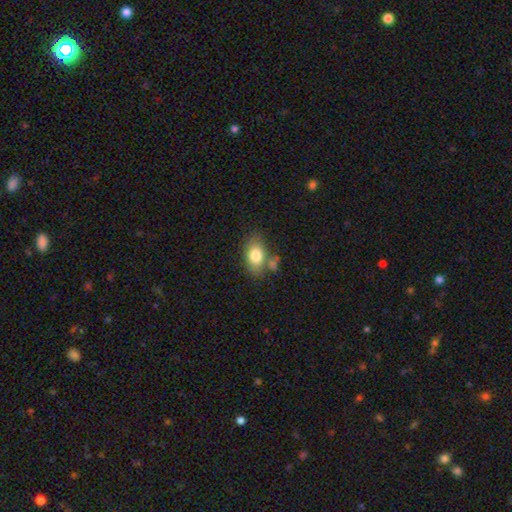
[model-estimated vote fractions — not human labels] A smooth galaxy with no disk features (79%) that is in between round and cigar-shaped (83%).

Vote fractions:
- Smooth or featured? smooth: 79% / featured or disk: 13% / star or artifact: 8%
- How rounded? in between: 83% / round: 15% / cigar-shaped: 2%
- Merging? none: 65% / minor disturbance: 17% / merger: 13% / major disturbance: 5%